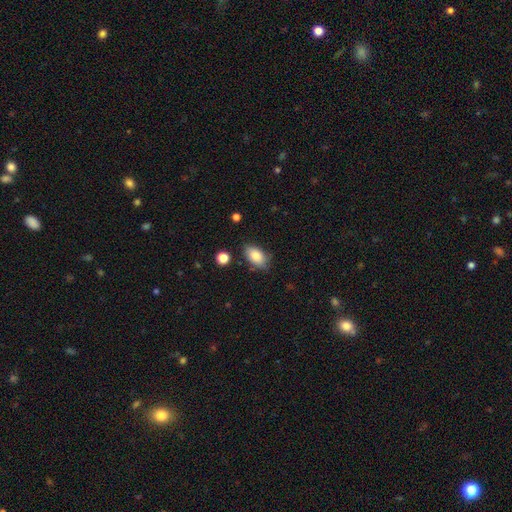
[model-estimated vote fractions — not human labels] smooth-or-featured: smooth: 84% | featured or disk: 9% | star or artifact: 8%
  how-rounded: in between: 91% | round: 6% | cigar-shaped: 3%
  merging: none: 75% | minor disturbance: 18% | major disturbance: 4% | merger: 3%